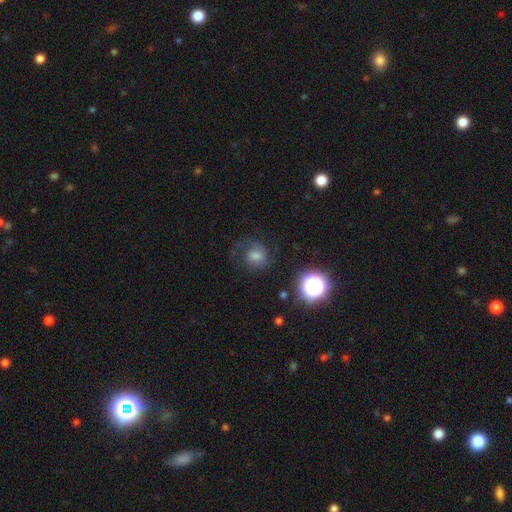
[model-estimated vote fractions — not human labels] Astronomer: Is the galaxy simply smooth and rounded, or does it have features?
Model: featured or disk — 44% (runner-up: smooth, 36%).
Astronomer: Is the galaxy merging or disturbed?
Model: none — 61%.